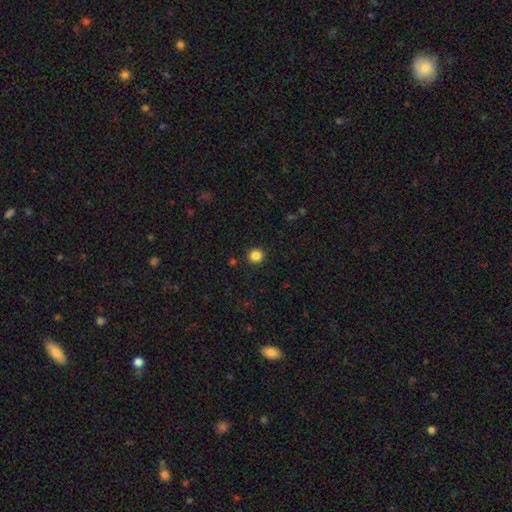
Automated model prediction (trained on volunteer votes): Q: Smooth or featured?
A: smooth (85%); runner-up: star or artifact (11%)
Q: How rounded?
A: round (90%); runner-up: in between (9%)
Q: Merging?
A: none (91%); runner-up: minor disturbance (6%)